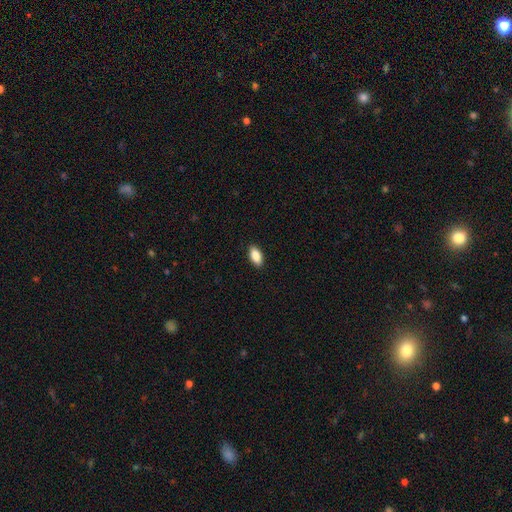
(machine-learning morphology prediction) smooth 87%, star or artifact 7%, featured or disk 6%. Down the decision tree: how rounded — in between (91%); merging — none (90%).